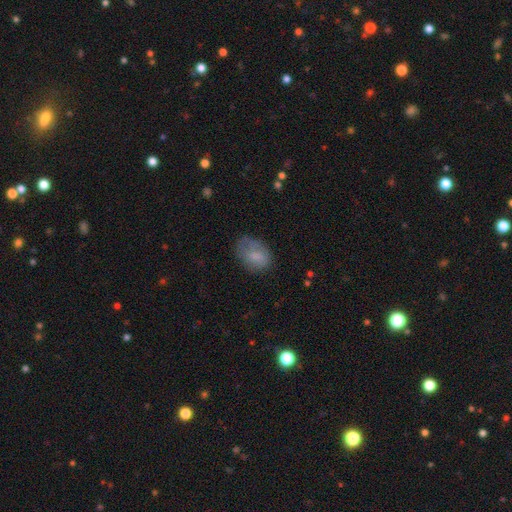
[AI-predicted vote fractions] smooth_or_featured: smooth (p=0.75) [alt: featured or disk p=0.17]
how_rounded: in between (p=0.78) [alt: round p=0.21]
merging: none (p=0.53) [alt: minor disturbance p=0.30]